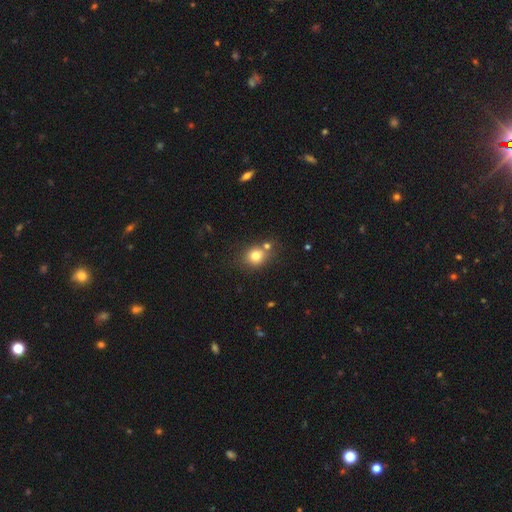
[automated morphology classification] Q: Smooth or featured?
A: smooth (76%); runner-up: star or artifact (13%)
Q: How rounded?
A: round (71%); runner-up: in between (28%)
Q: Merging?
A: none (62%); runner-up: merger (23%)